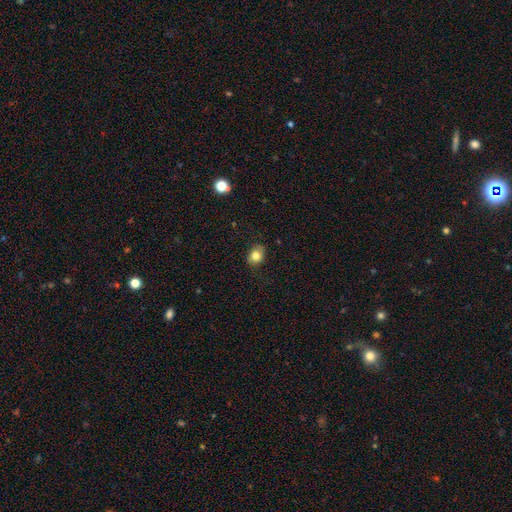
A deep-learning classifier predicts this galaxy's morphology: Smooth or featured? smooth (81%)
How rounded? in between (51%)
Merging? none (78%)